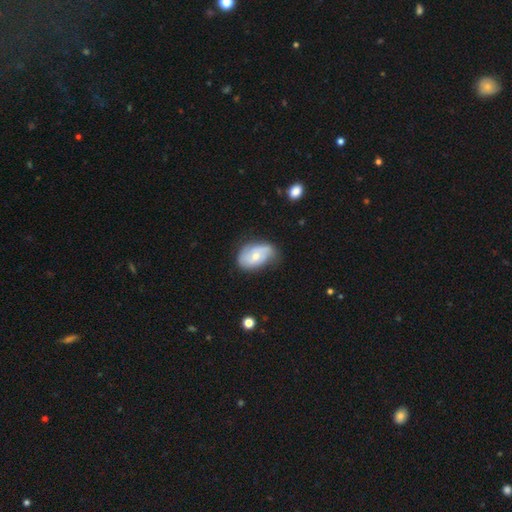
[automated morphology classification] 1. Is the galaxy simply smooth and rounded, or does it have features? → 52% featured or disk, 42% smooth, 7% star or artifact.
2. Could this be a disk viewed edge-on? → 95% no, 5% yes.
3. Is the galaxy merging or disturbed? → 55% none, 33% minor disturbance, 10% major disturbance, 2% merger.